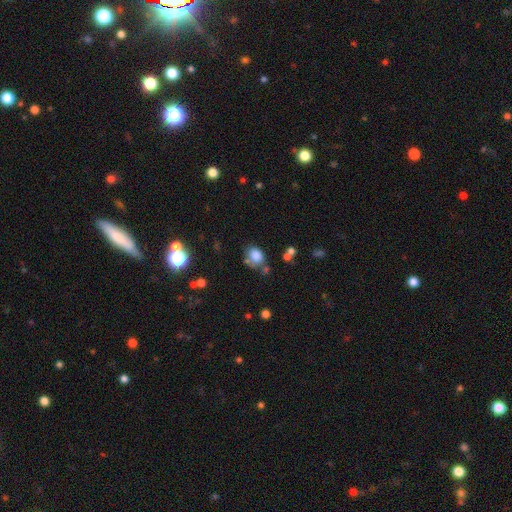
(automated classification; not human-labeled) smooth-or-featured: smooth: 79% | star or artifact: 13% | featured or disk: 8%
  how-rounded: round: 58% | in between: 41% | cigar-shaped: 1%
  merging: none: 56% | minor disturbance: 21% | merger: 15% | major disturbance: 8%